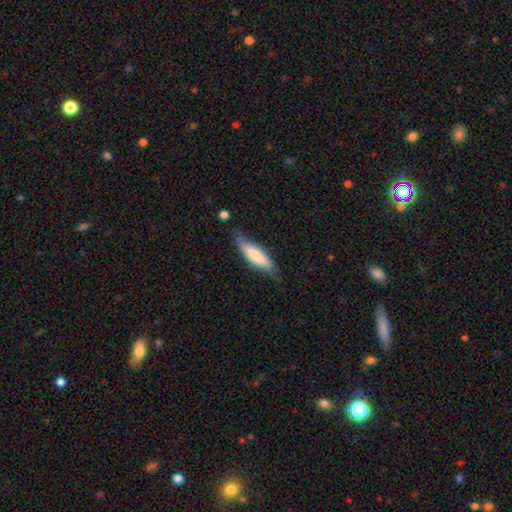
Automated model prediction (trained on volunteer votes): Q: Smooth or featured?
A: smooth (70%); runner-up: featured or disk (24%)
Q: How rounded?
A: cigar-shaped (62%); runner-up: in between (37%)
Q: Merging?
A: none (61%); runner-up: minor disturbance (29%)